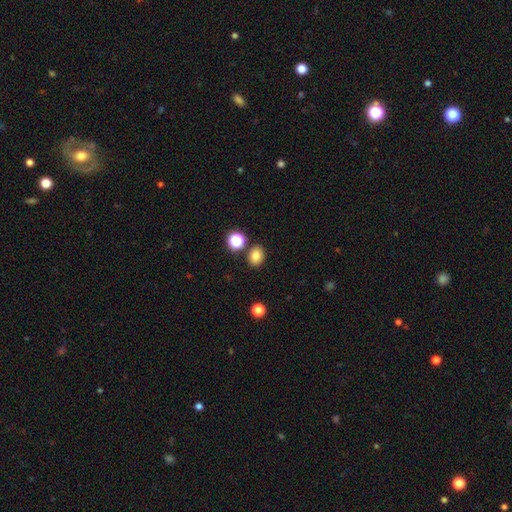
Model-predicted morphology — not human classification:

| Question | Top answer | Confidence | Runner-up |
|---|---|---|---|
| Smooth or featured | smooth | 80% | star or artifact (13%) |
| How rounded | round | 55% | in between (44%) |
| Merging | none | 83% | minor disturbance (8%) |